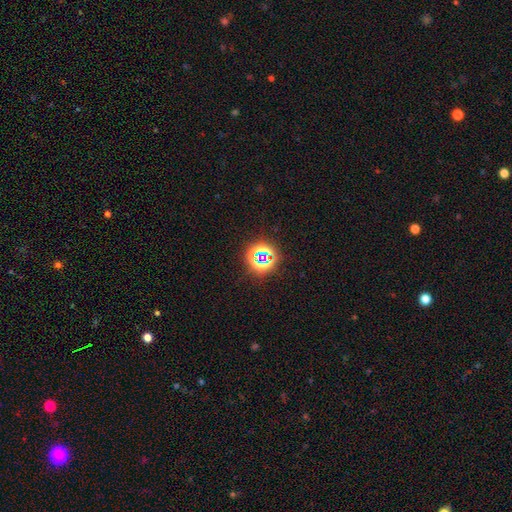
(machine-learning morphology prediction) star or artifact 70%, smooth 20%, featured or disk 10%.